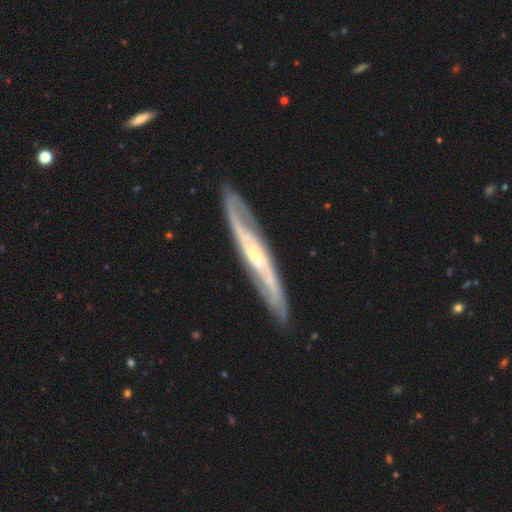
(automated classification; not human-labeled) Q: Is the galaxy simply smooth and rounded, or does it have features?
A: featured or disk — 82%.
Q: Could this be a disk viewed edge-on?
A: no — 50%, tied with yes.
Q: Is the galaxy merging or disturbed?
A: none — 84%.